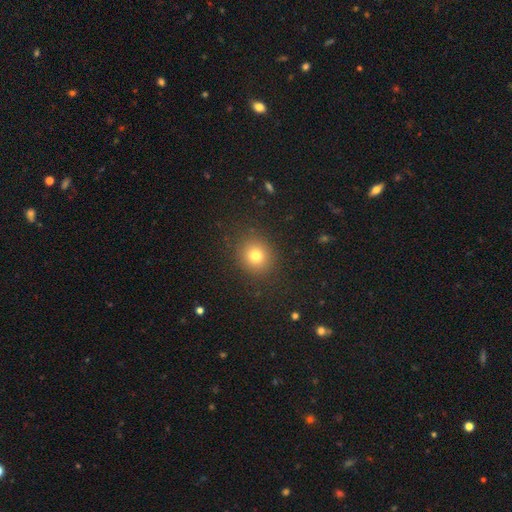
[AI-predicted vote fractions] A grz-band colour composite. It shows a smooth galaxy with no disk features (78%) that is round (82%). Merging: none (88%).